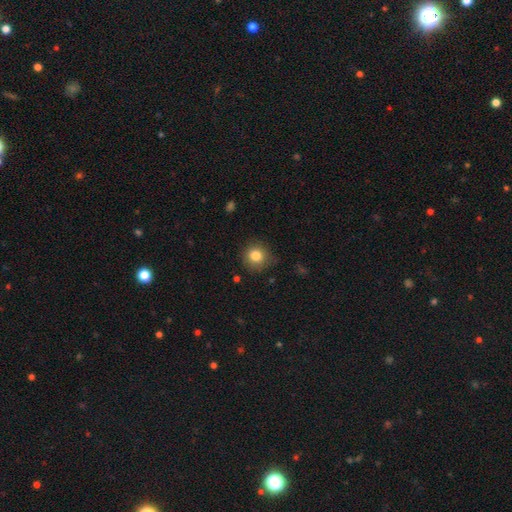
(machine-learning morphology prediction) Smooth or featured? Predicted: smooth (p=0.83). How rounded? Predicted: round (p=0.90). Merging? Predicted: none (p=0.81).